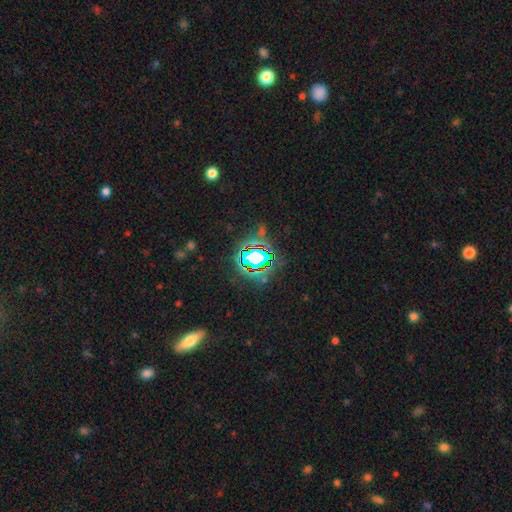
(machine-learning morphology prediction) Q: Smooth or featured?
A: star or artifact (72%); runner-up: smooth (16%)